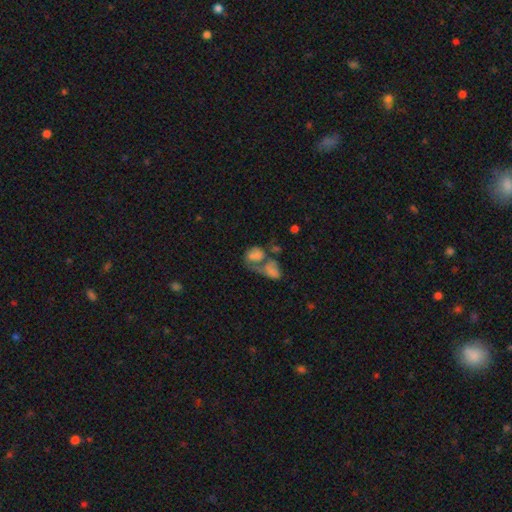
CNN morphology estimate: Q: Smooth or featured?
A: smooth (55%); runner-up: featured or disk (30%)
Q: How rounded?
A: in between (74%); runner-up: round (24%)
Q: Merging?
A: merger (62%); runner-up: none (15%)